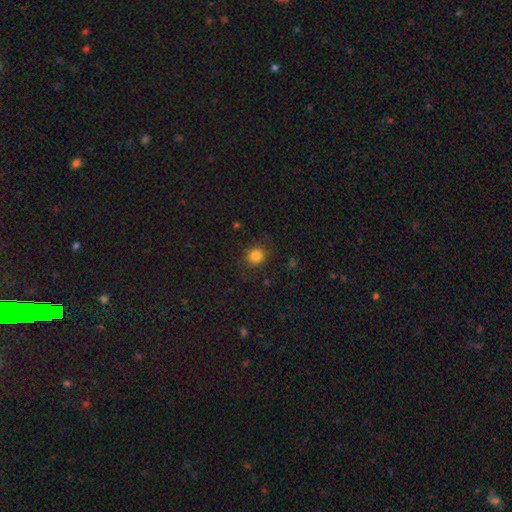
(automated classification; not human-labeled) smooth-or-featured: smooth: 84% | star or artifact: 12% | featured or disk: 4%
  how-rounded: round: 90% | in between: 9% | cigar-shaped: 1%
  merging: none: 88% | minor disturbance: 8% | major disturbance: 3% | merger: 1%